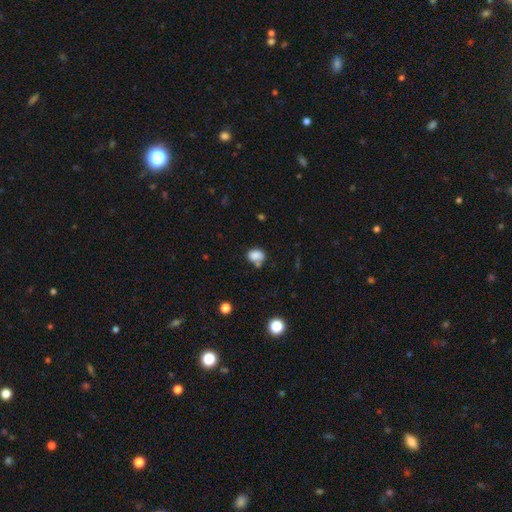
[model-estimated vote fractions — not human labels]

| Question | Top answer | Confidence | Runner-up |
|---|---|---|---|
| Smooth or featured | smooth | 82% | star or artifact (10%) |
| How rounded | in between | 66% | round (32%) |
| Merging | none | 52% | minor disturbance (21%) |